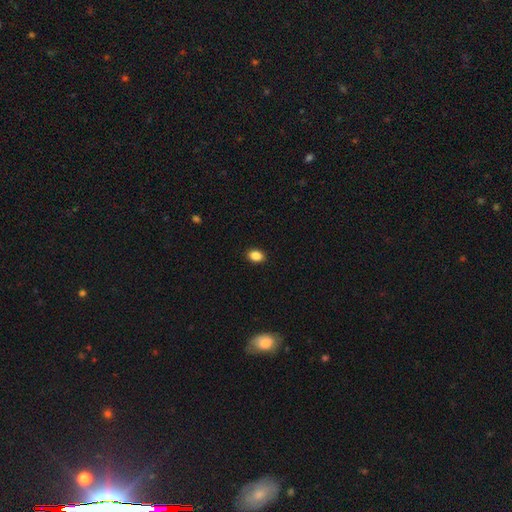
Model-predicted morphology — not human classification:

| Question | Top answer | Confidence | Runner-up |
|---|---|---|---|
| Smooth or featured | smooth | 87% | star or artifact (9%) |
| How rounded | in between | 71% | round (27%) |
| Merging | none | 91% | minor disturbance (7%) |